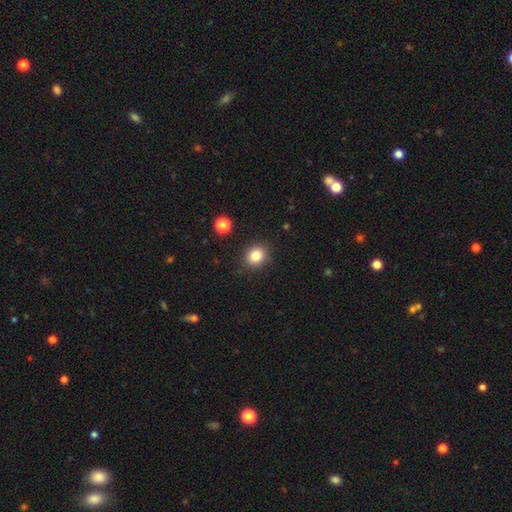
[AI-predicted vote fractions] Morphology: type=smooth (83%); roundness=round (75%); merging=none (89%).